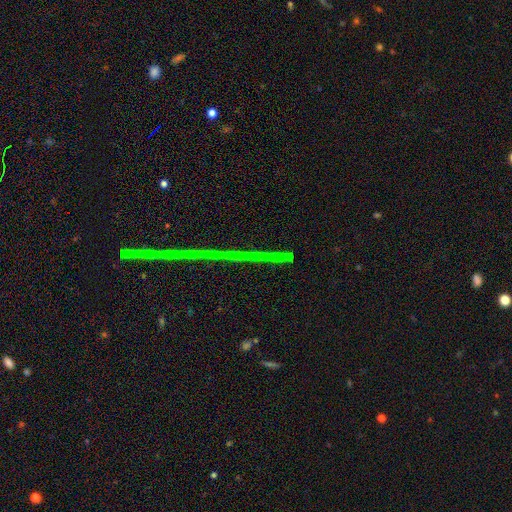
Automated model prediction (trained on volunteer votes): smooth-or-featured: star or artifact: 80% | featured or disk: 13% | smooth: 7%